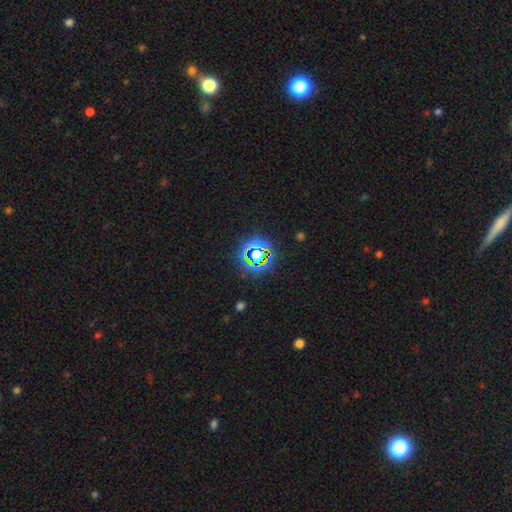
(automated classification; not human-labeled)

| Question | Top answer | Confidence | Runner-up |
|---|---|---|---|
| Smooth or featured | star or artifact | 69% | smooth (21%) |